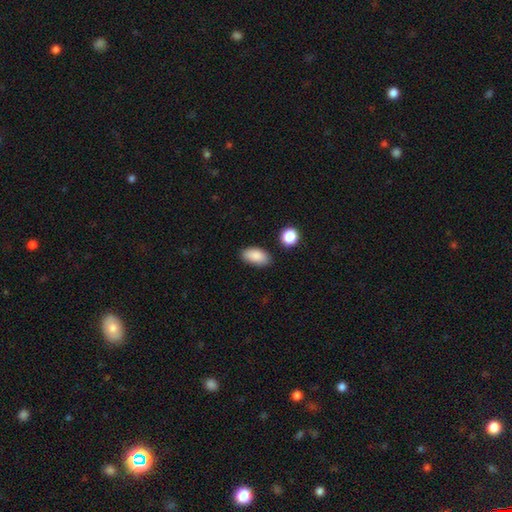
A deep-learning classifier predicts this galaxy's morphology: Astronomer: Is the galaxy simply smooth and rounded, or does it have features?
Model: smooth — 87%.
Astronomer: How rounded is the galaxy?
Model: in between — 92%.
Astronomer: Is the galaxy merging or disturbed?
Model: none — 83%.